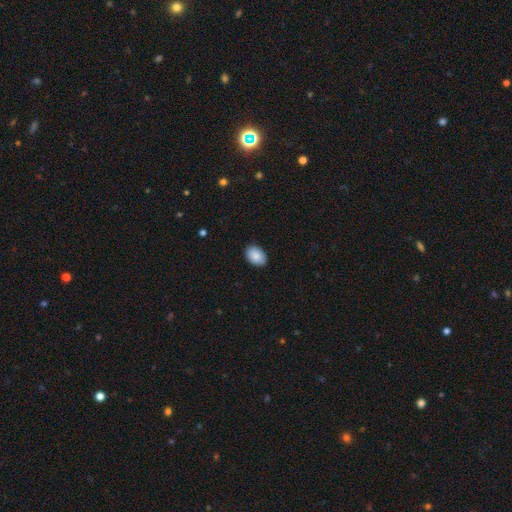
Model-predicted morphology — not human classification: A smooth galaxy with no disk features (90%) that is in between round and cigar-shaped (86%). Merging: none (89%).